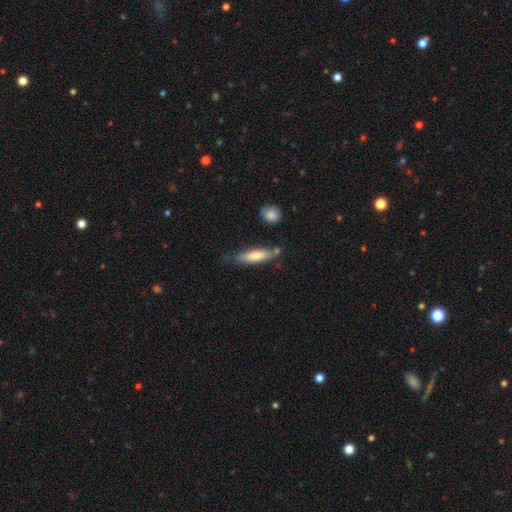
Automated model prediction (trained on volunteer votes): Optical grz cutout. It shows a smooth galaxy with no disk features (74%) that is cigar-shaped (68%). Merging: none (67%).